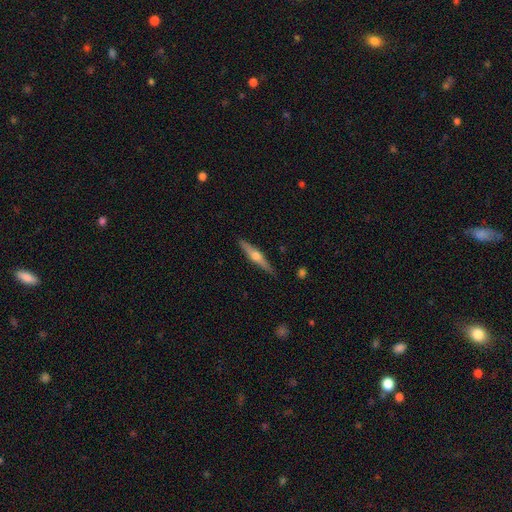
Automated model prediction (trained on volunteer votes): Smooth or featured: featured or disk — 65% (smooth — 29%)
Edge-on disk: yes — 97% (no — 3%)
Edge-on bulge: rounded — 92% (boxy — 5%)
Merging: none — 88% (minor disturbance — 9%)